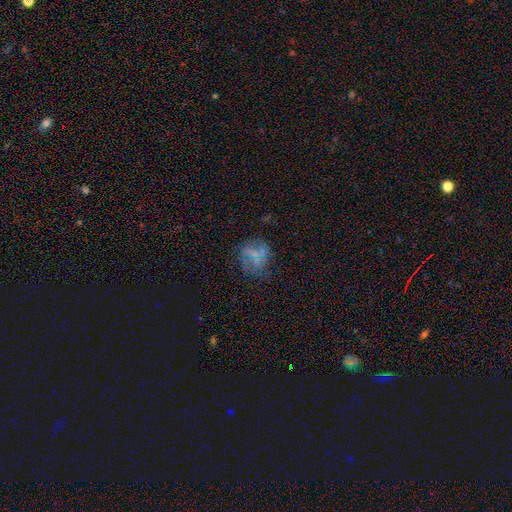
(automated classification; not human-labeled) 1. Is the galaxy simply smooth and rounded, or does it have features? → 41% smooth, 40% featured or disk, 19% star or artifact.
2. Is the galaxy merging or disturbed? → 55% none, 22% major disturbance, 19% minor disturbance, 4% merger.